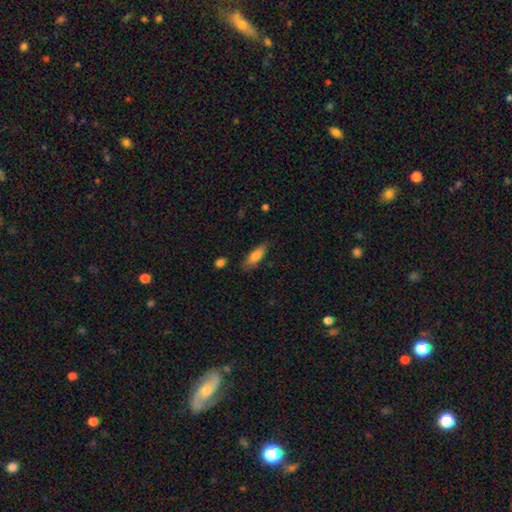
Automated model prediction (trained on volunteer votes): The model was most divided on "how rounded": in between: 58%, cigar-shaped: 40%, round: 2%. More confident: smooth or featured — smooth (79%); merging — none (79%).